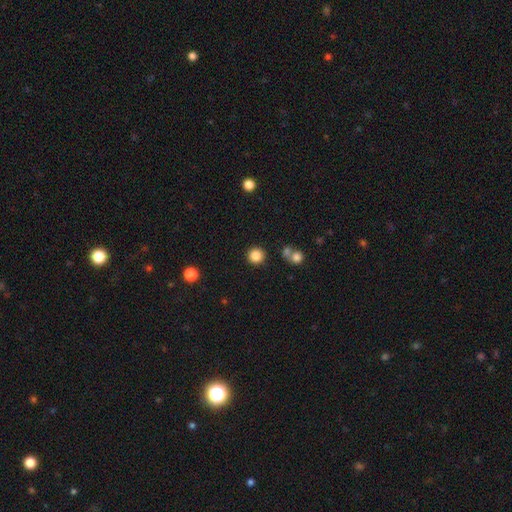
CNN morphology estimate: A smooth galaxy with no disk features (85%) that is round (95%).

Vote fractions:
- Smooth or featured? smooth: 85% / star or artifact: 11% / featured or disk: 4%
- How rounded? round: 95% / in between: 4% / cigar-shaped: 1%
- Merging? none: 87% / minor disturbance: 6% / merger: 5% / major disturbance: 2%